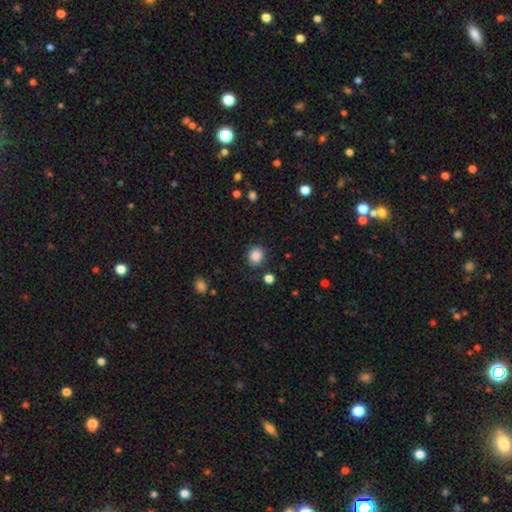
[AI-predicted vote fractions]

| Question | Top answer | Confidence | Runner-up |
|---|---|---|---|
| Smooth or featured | smooth | 87% | star or artifact (10%) |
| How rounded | round | 69% | in between (30%) |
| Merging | none | 84% | minor disturbance (10%) |